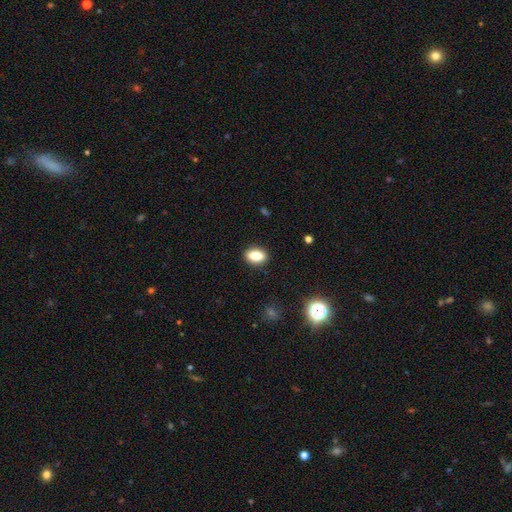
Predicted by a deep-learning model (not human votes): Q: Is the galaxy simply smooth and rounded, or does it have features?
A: smooth — 81%.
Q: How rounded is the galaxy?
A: in between — 84%.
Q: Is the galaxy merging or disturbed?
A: none — 88%.